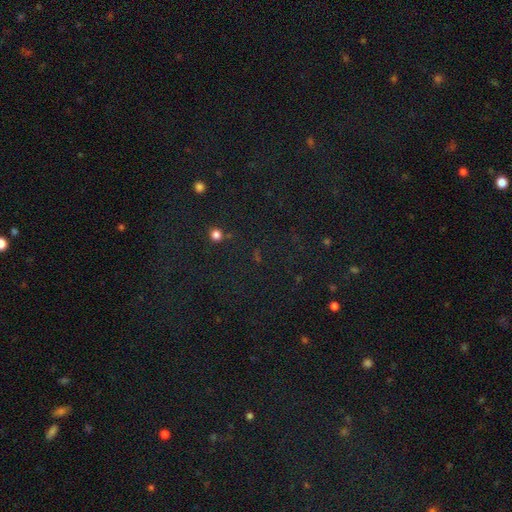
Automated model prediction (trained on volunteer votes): This appears to be a star or artifact, not a galaxy (77%).